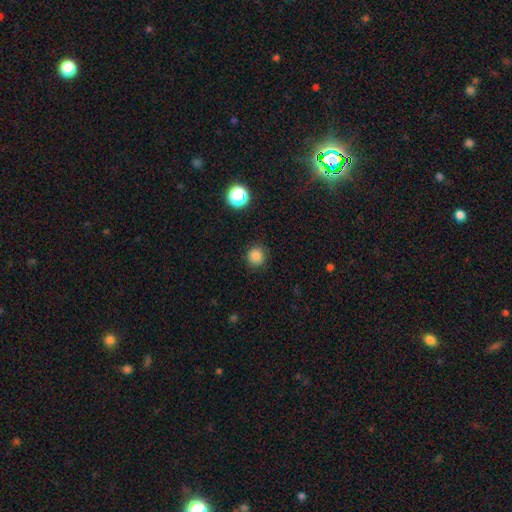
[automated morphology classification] smooth_or_featured: smooth (p=0.82) [alt: star or artifact p=0.13]
how_rounded: round (p=0.91) [alt: in between p=0.08]
merging: none (p=0.88) [alt: minor disturbance p=0.09]